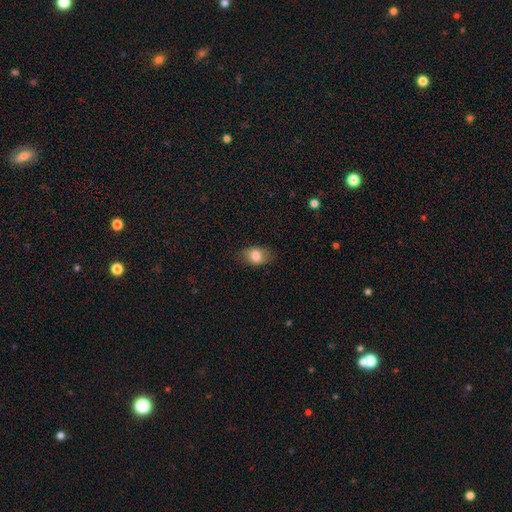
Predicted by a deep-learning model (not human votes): Smooth or featured? smooth (80%)
How rounded? in between (76%)
Merging? none (80%)